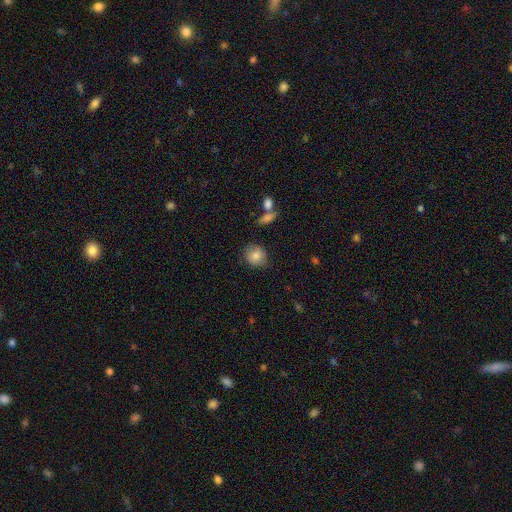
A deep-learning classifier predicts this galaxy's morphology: smooth-or-featured: smooth: 82% | featured or disk: 10% | star or artifact: 8%
  how-rounded: round: 80% | in between: 18% | cigar-shaped: 1%
  merging: none: 82% | minor disturbance: 12% | major disturbance: 3% | merger: 3%